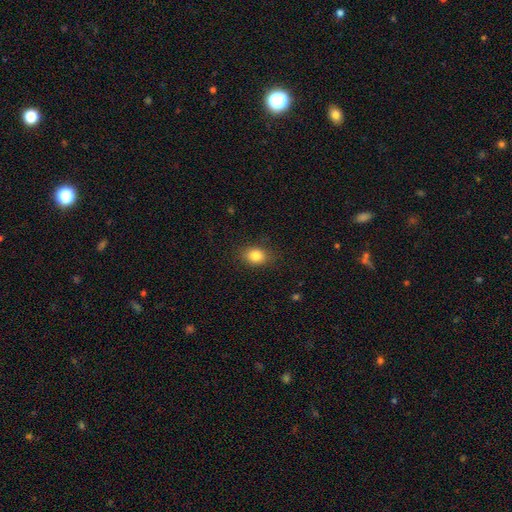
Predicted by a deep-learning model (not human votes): smooth 84%, star or artifact 10%, featured or disk 6%. Down the decision tree: how rounded — in between (59%); merging — none (85%).